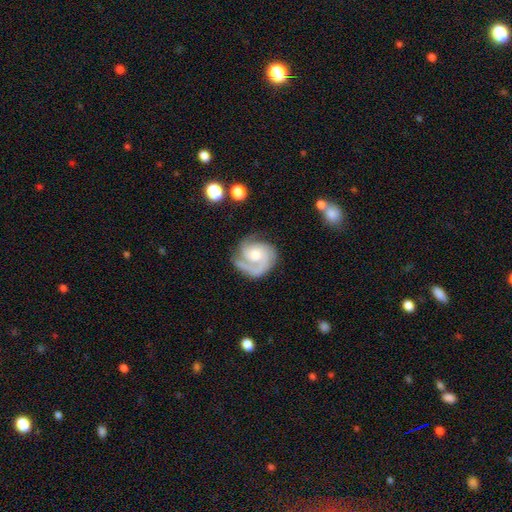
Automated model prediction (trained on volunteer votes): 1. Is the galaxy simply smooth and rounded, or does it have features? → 85% featured or disk, 10% smooth, 5% star or artifact.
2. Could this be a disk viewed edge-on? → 98% no, 2% yes.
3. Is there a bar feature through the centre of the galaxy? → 71% no, 24% weak, 4% strong.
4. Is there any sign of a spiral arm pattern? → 97% yes, 3% no.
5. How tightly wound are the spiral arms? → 57% tight, 35% medium, 9% loose.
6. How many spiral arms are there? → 37% 2, 27% 1, 20% 3, 10% can't tell, 3% 4, 3% more than 4.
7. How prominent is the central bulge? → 57% moderate, 29% small, 8% large, 4% none, 2% dominant.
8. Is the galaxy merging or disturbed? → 69% none, 18% minor disturbance, 11% major disturbance, 2% merger.